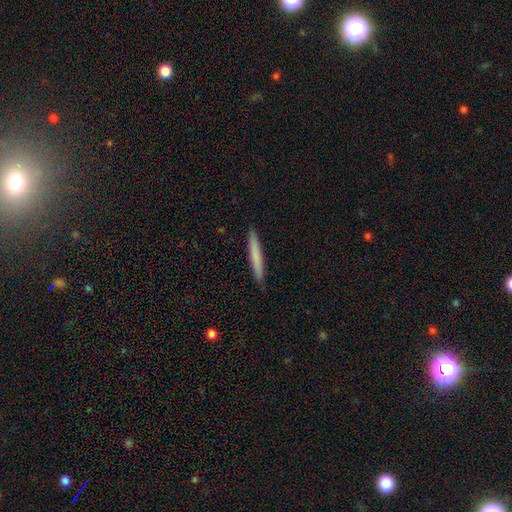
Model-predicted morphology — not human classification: Smooth or featured: smooth — 74% (featured or disk — 21%)
How rounded: cigar-shaped — 96% (in between — 3%)
Merging: none — 91% (minor disturbance — 6%)